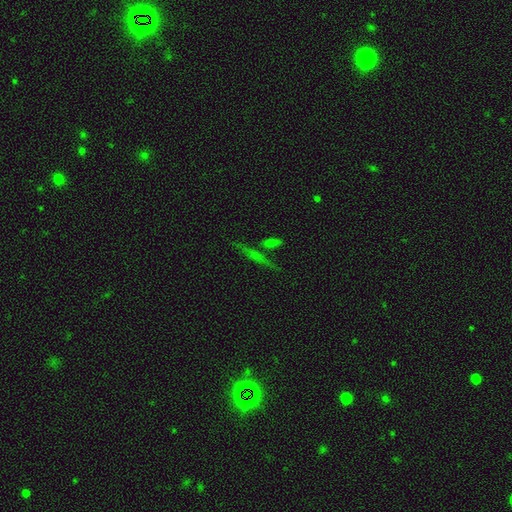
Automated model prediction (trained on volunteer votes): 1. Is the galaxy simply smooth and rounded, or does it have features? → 36% smooth, 33% star or artifact, 31% featured or disk.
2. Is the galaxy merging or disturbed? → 71% none, 13% merger, 10% minor disturbance, 6% major disturbance.